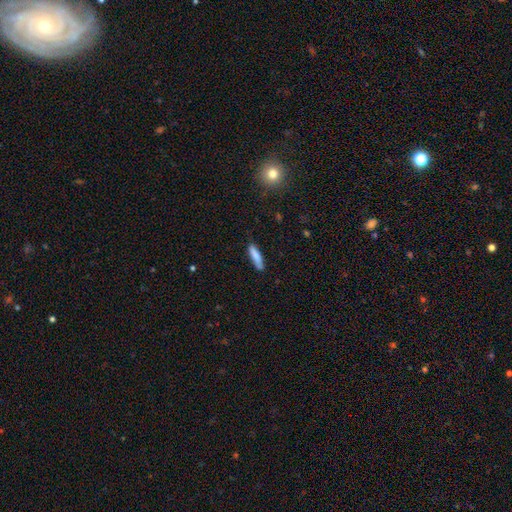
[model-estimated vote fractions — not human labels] Morphology: type=smooth (81%); roundness=cigar-shaped (77%); merging=none (83%).